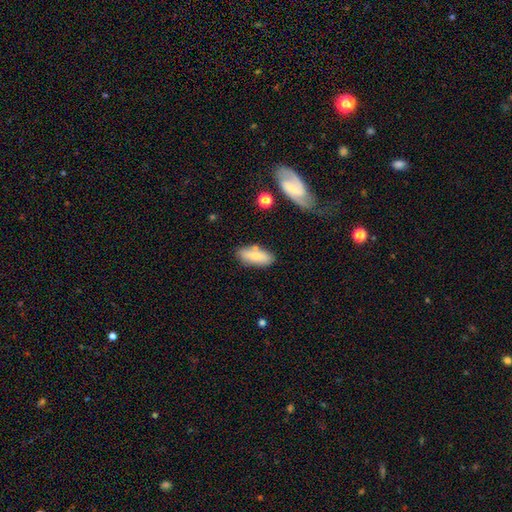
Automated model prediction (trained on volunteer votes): A smooth galaxy with no disk features (77%) that is in between round and cigar-shaped (76%).

Vote fractions:
- Smooth or featured? smooth: 77% / featured or disk: 17% / star or artifact: 7%
- How rounded? in between: 76% / cigar-shaped: 21% / round: 2%
- Merging? none: 74% / minor disturbance: 16% / merger: 7% / major disturbance: 4%